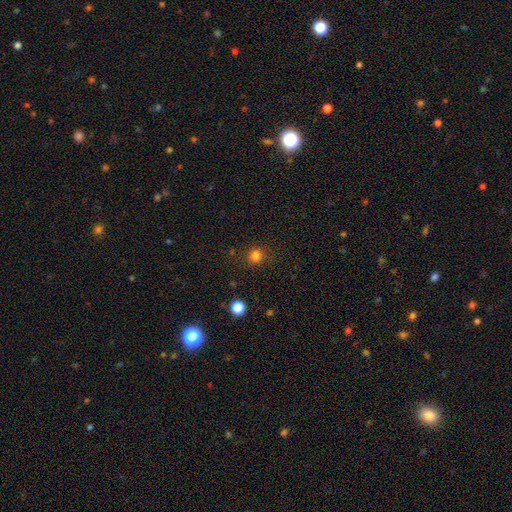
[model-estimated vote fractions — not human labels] Q: Smooth or featured?
A: smooth (79%); runner-up: star or artifact (16%)
Q: How rounded?
A: round (87%); runner-up: in between (12%)
Q: Merging?
A: none (85%); runner-up: minor disturbance (9%)